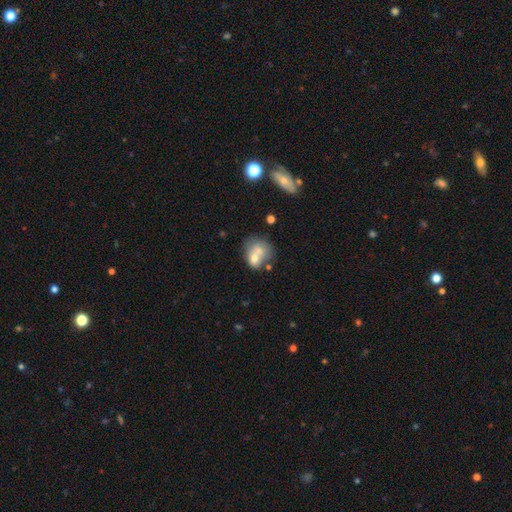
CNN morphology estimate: Overall: smooth (62%; featured or disk 28%). How rounded: in between (50%; round 49%). Merging: merger (61%; none 22%).